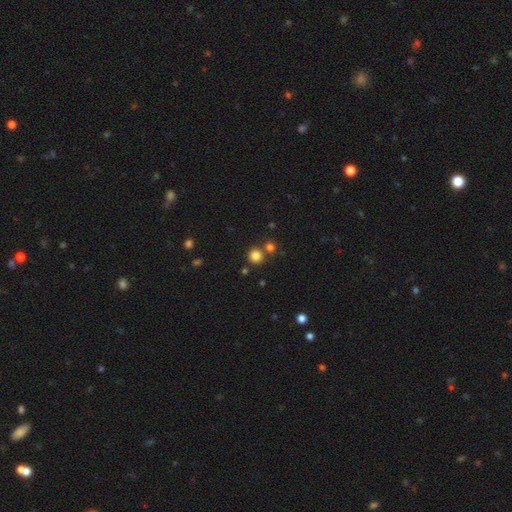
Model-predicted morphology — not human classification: The model was most divided on "merging": none: 76%, merger: 15%, minor disturbance: 6%, major disturbance: 2%. More confident: how rounded — round (93%); smooth or featured — smooth (81%).